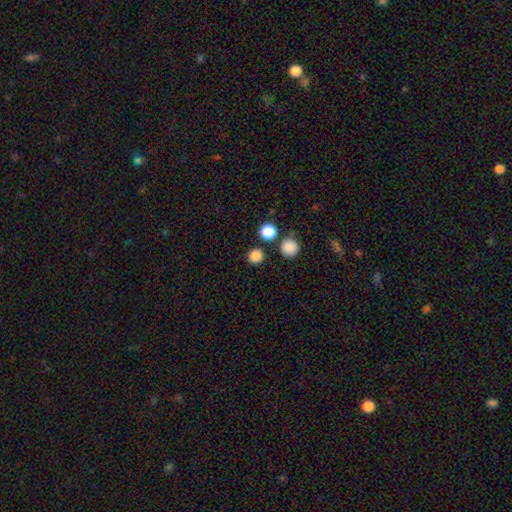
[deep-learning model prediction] smooth-or-featured: smooth: 84% | star or artifact: 13% | featured or disk: 3%
  how-rounded: round: 95% | in between: 4% | cigar-shaped: 1%
  merging: none: 85% | merger: 7% | minor disturbance: 6% | major disturbance: 2%